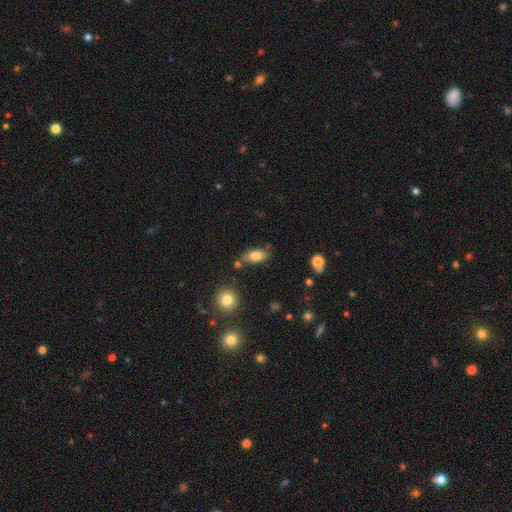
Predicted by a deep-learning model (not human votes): This appears to be a smooth galaxy with no disk features (81%) that is in between round and cigar-shaped (86%). Merging: none (72%).